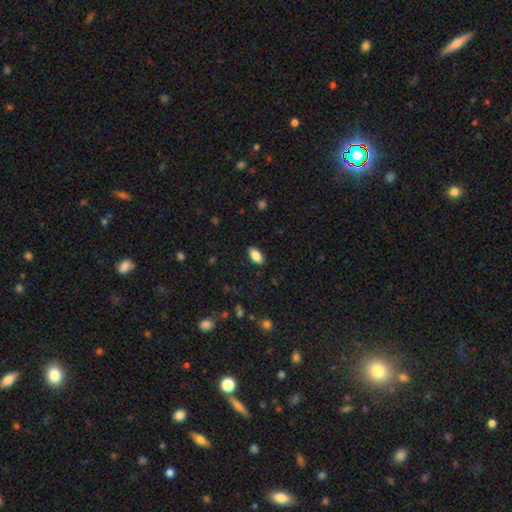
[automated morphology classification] smooth_or_featured: smooth (p=0.85) [alt: star or artifact p=0.08]
how_rounded: in between (p=0.92) [alt: cigar-shaped p=0.05]
merging: none (p=0.88) [alt: minor disturbance p=0.09]